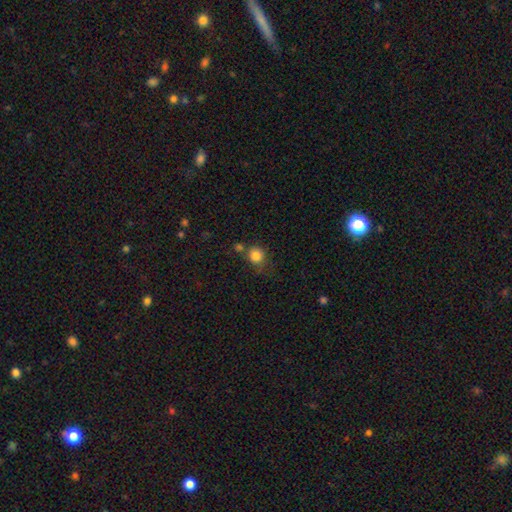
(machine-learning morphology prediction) type=smooth (83%); roundness=round (88%); merging=none (62%).